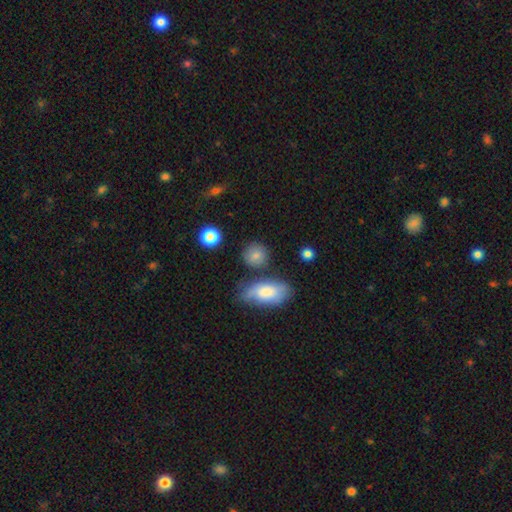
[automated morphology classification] type=smooth (82%); roundness=round (81%); merging=none (76%).